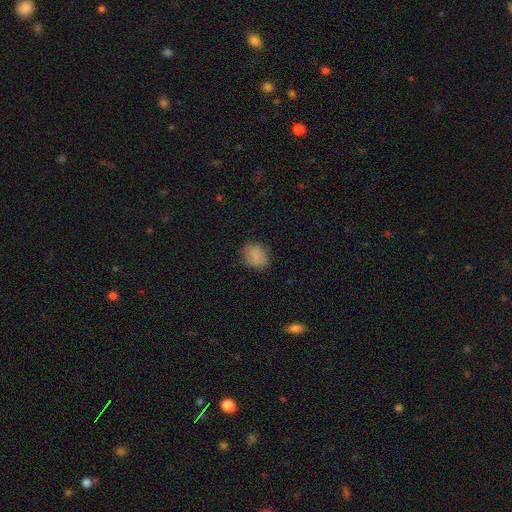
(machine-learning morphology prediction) This appears to be a smooth galaxy with no disk features (85%) that is in between round and cigar-shaped (54%). Merging: none (79%).